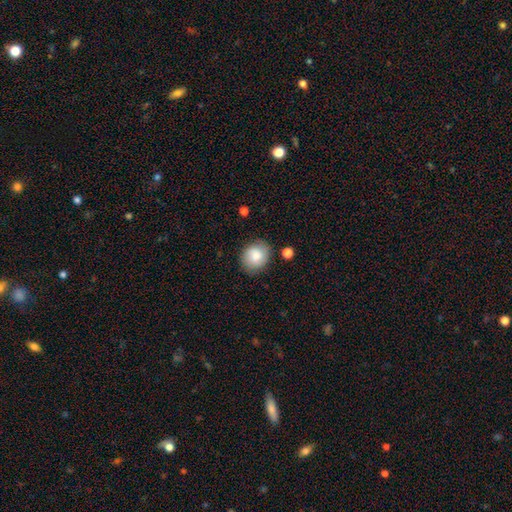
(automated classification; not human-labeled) Q: Smooth or featured?
A: smooth (80%); runner-up: featured or disk (13%)
Q: How rounded?
A: round (60%); runner-up: in between (39%)
Q: Merging?
A: none (79%); runner-up: minor disturbance (15%)